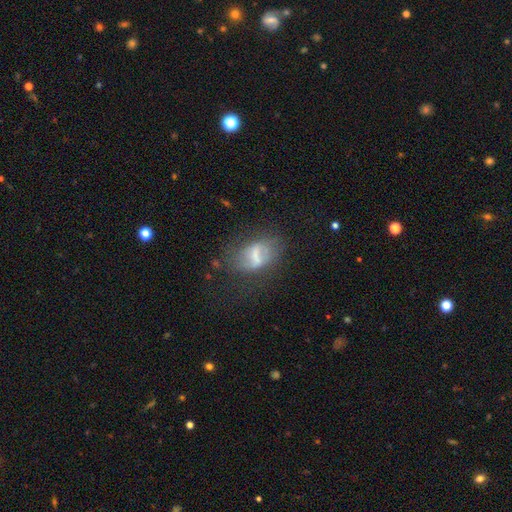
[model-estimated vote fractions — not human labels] This is possibly a featured or disk galaxy (51%). It is clearly not viewed edge-on (89%). Merging: possibly none (51%).